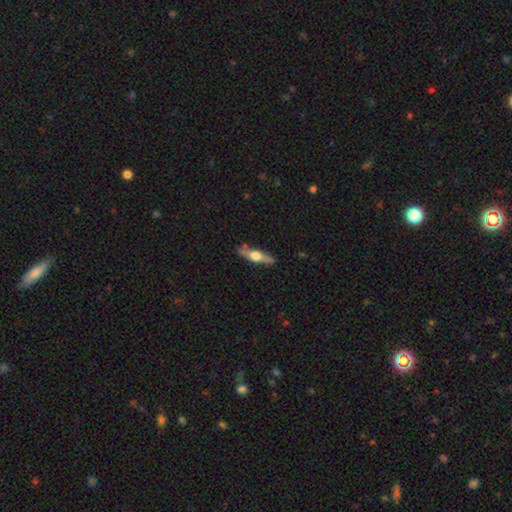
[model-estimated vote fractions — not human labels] smooth-or-featured: featured or disk: 60% | smooth: 35% | star or artifact: 5%
  disk-edge-on: yes: 93% | no: 7%
    edge-on-bulge: rounded: 93% | boxy: 5% | none: 2%
  merging: none: 85% | minor disturbance: 10% | major disturbance: 2% | merger: 2%